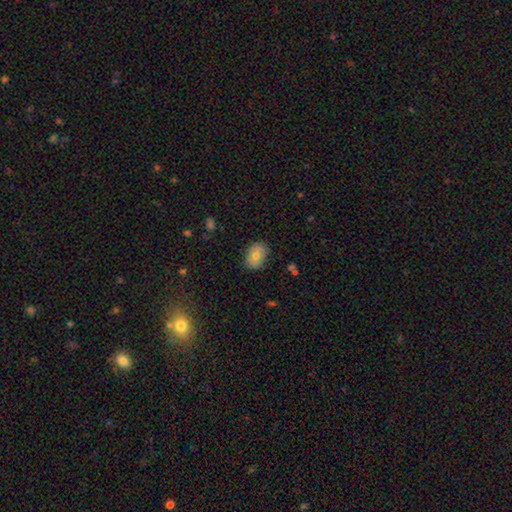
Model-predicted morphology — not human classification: smooth-or-featured: smooth: 68% | featured or disk: 23% | star or artifact: 9%
  how-rounded: in between: 72% | round: 27% | cigar-shaped: 1%
  merging: none: 83% | minor disturbance: 13% | major disturbance: 3% | merger: 1%